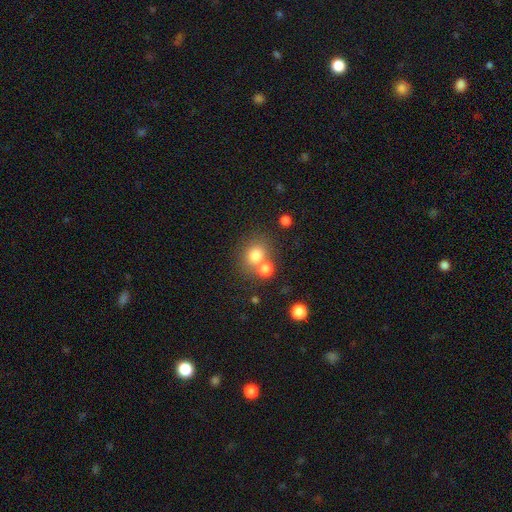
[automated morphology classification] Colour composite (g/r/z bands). It shows a smooth galaxy with no disk features (77%) that is round (74%). Merging: none (58%).